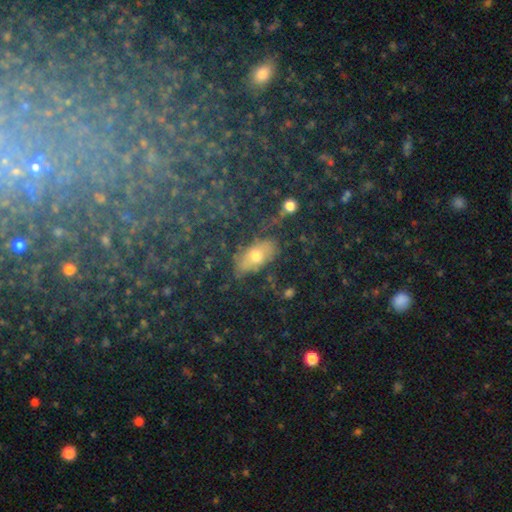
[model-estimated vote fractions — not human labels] Q: Smooth or featured?
A: smooth (46%); runner-up: featured or disk (34%)
Q: Merging?
A: none (64%); runner-up: minor disturbance (19%)